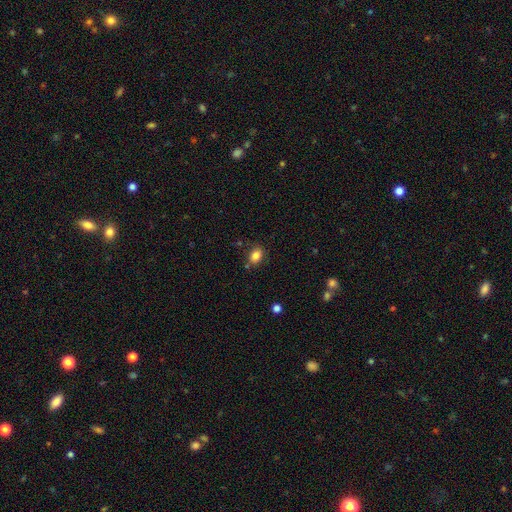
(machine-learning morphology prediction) Smooth or featured? smooth (84%)
How rounded? in between (71%)
Merging? none (79%)